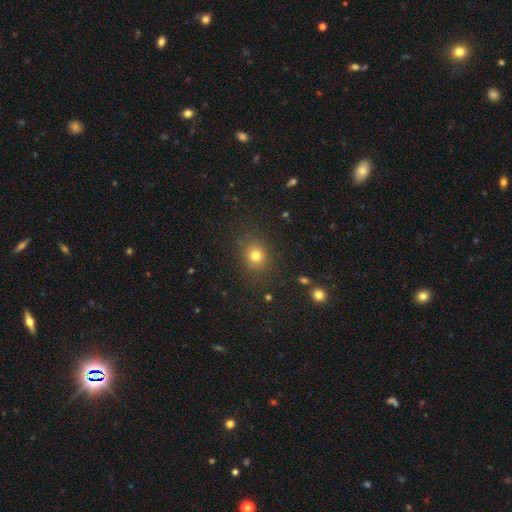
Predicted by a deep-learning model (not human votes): This appears to be a smooth galaxy with no disk features (76%) that is round (71%). Merging: none (84%).